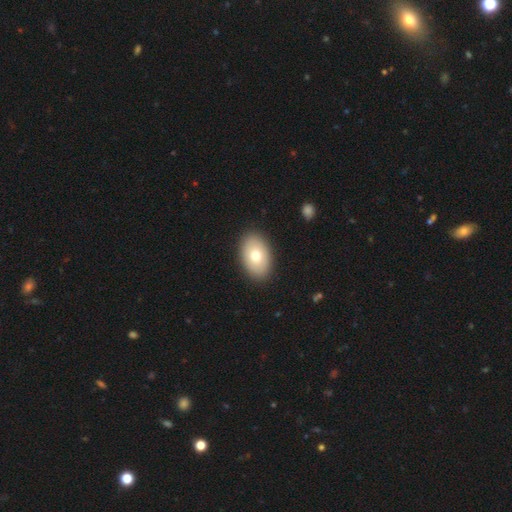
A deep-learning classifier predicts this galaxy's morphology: smooth-or-featured: smooth: 73% | featured or disk: 19% | star or artifact: 7%
  how-rounded: in between: 88% | round: 11% | cigar-shaped: 1%
  merging: none: 90% | minor disturbance: 7% | major disturbance: 2% | merger: 1%